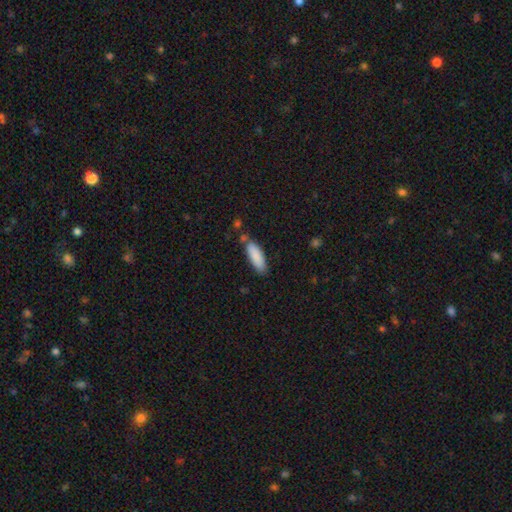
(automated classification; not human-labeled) A smooth galaxy with no disk features (88%) that is in between round and cigar-shaped (54%).

Vote fractions:
- Smooth or featured? smooth: 88% / featured or disk: 6% / star or artifact: 6%
- How rounded? in between: 54% / cigar-shaped: 44% / round: 1%
- Merging? none: 74% / minor disturbance: 16% / merger: 6% / major disturbance: 3%